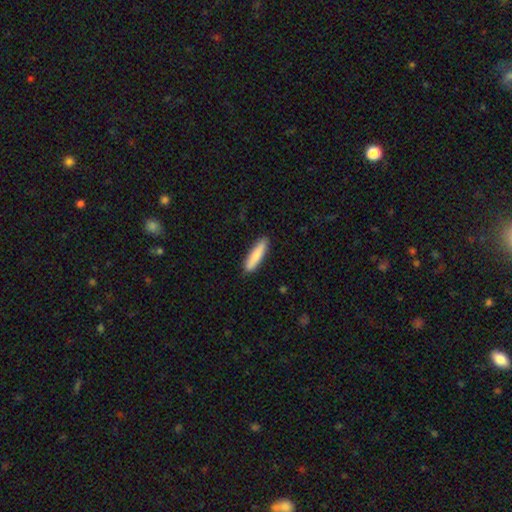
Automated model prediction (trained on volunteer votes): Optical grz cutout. It shows a smooth galaxy with no disk features (80%) that is cigar-shaped (78%). Merging: none (89%).